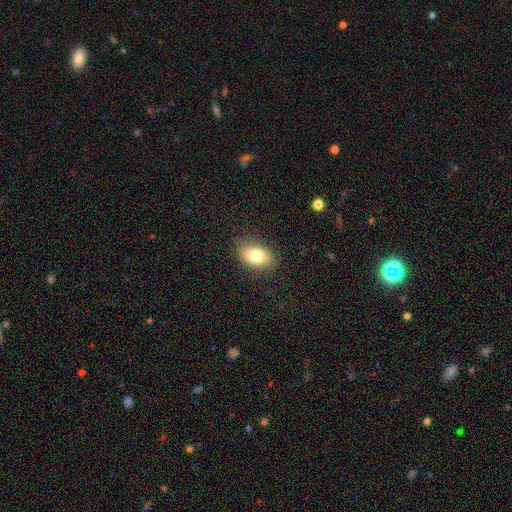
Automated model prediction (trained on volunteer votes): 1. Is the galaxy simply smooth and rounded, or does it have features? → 78% smooth, 14% featured or disk, 8% star or artifact.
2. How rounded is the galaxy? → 88% in between, 10% round, 2% cigar-shaped.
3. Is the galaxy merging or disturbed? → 84% none, 12% minor disturbance, 4% major disturbance, 1% merger.